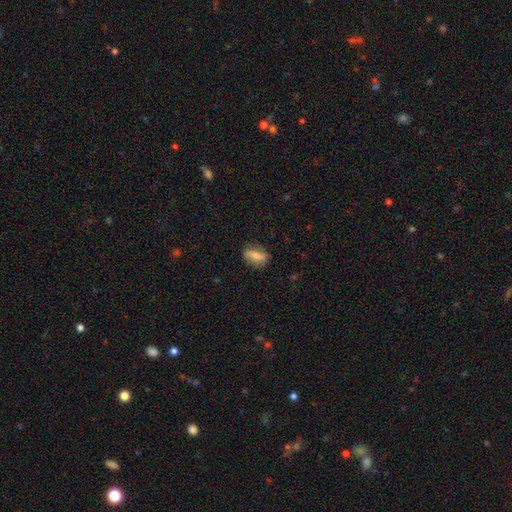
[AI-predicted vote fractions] A smooth galaxy with no disk features (65%) that is in between round and cigar-shaped (70%). Merging: none (80%).